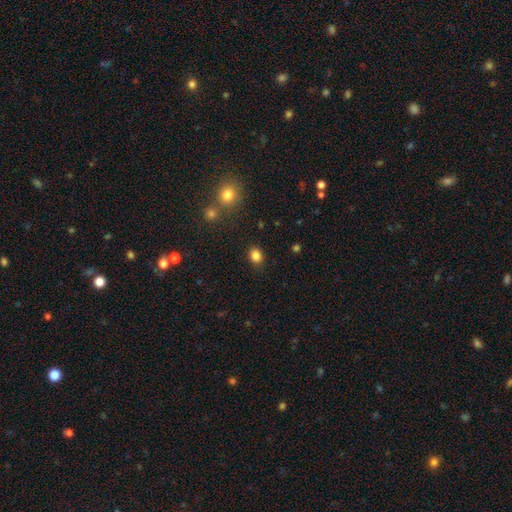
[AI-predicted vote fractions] Smooth or featured?
  - smooth: 84% *
  - star or artifact: 12%
  - featured or disk: 4%
How rounded?
  - in between: 57% *
  - round: 42%
  - cigar-shaped: 1%
Merging?
  - none: 86% *
  - minor disturbance: 9%
  - major disturbance: 3%
  - merger: 2%